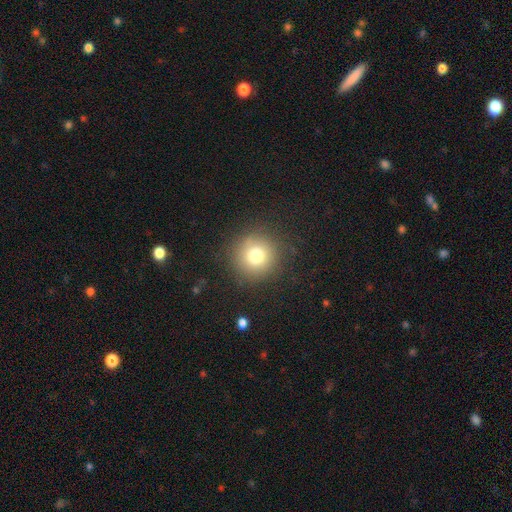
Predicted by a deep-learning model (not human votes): smooth-or-featured: smooth: 77% | star or artifact: 13% | featured or disk: 10%
  how-rounded: round: 94% | in between: 5% | cigar-shaped: 1%
  merging: none: 87% | minor disturbance: 8% | major disturbance: 4% | merger: 1%